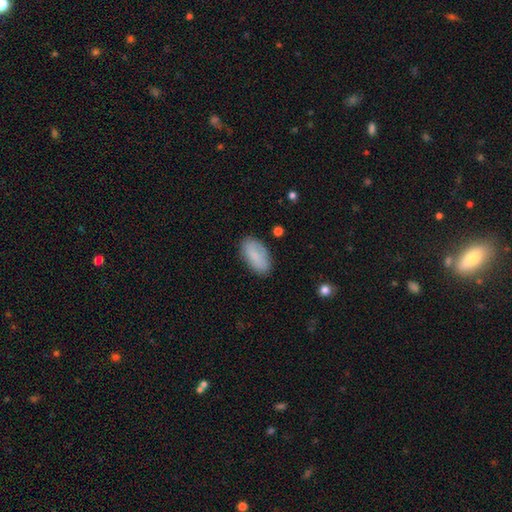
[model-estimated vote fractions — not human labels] Overall: smooth (80%). How rounded: in between (93%). Merging: none (80%).